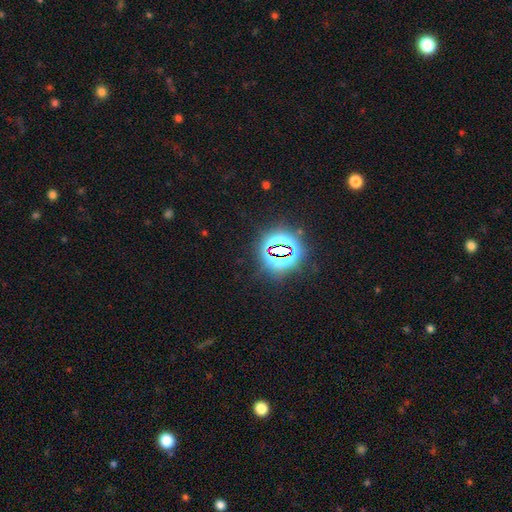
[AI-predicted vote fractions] This is clearly a star or artifact rather than a galaxy (80%).